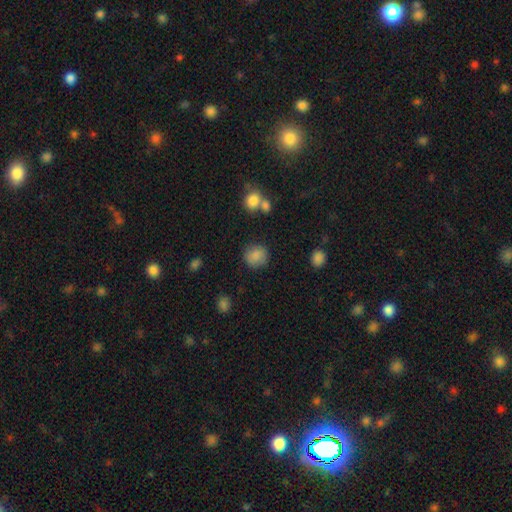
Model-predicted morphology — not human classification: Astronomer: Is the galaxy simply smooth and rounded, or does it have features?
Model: smooth — 85%.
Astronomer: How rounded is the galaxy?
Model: round — 83%.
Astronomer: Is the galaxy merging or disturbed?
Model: none — 82%.